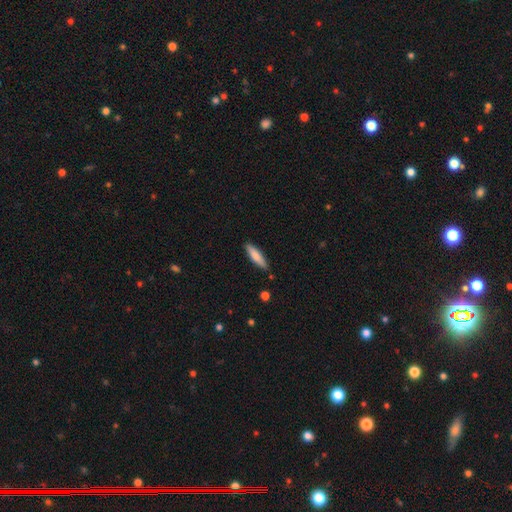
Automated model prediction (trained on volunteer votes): The model was most divided on "how rounded": cigar-shaped: 74%, in between: 25%, round: 1%. More confident: merging — none (86%); smooth or featured — smooth (79%).